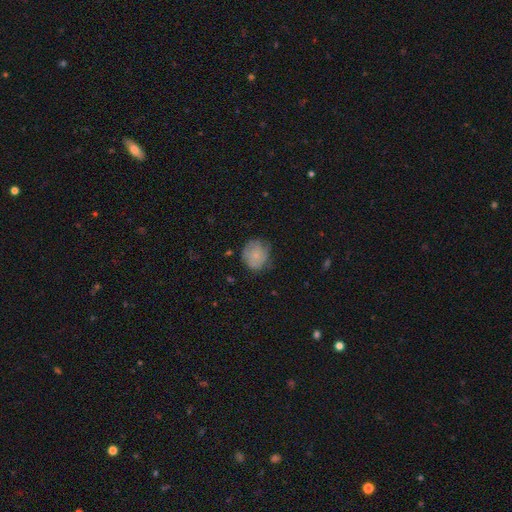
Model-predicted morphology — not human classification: Smooth or featured? smooth (72%)
How rounded? round (84%)
Merging? none (65%)